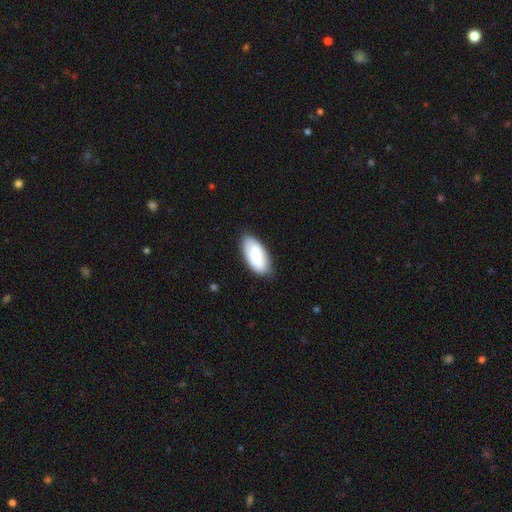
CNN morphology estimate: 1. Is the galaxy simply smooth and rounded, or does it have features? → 83% smooth, 11% featured or disk, 6% star or artifact.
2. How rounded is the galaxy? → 93% in between, 6% cigar-shaped, 2% round.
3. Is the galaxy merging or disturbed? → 79% none, 17% minor disturbance, 3% major disturbance, 1% merger.